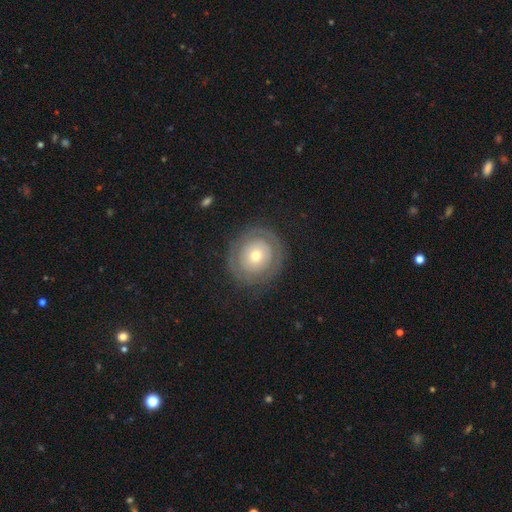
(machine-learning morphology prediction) This appears to be a featured or disk galaxy (53%) with no bar (91%), no spiral arms (71%) and a moderate central bulge (49%). Merging: none (80%).